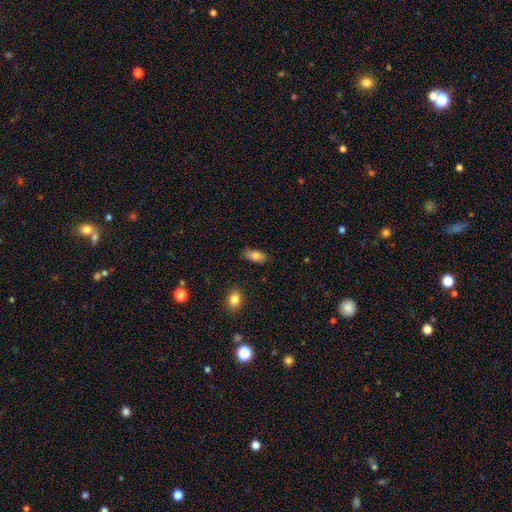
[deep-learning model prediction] This is clearly a smooth galaxy (81%). How rounded: clearly in between (89%). Merging: clearly none (86%).